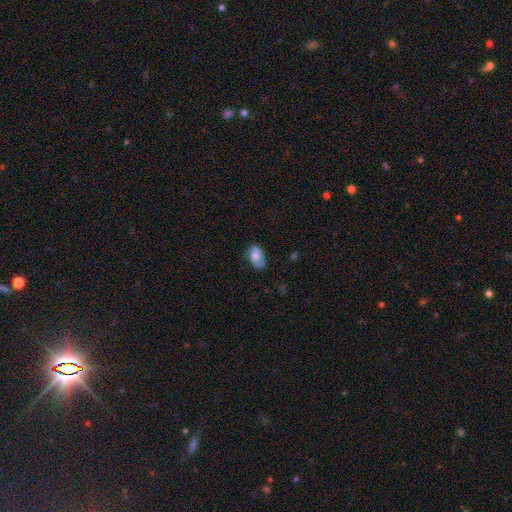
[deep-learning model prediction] smooth 67%, featured or disk 25%, star or artifact 8%. Down the decision tree: how rounded — in between (91%); merging — none (58%).